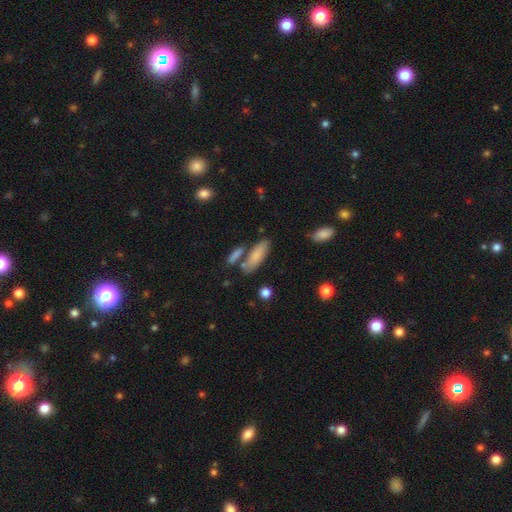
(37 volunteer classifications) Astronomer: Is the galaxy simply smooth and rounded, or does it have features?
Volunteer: smooth — 86%.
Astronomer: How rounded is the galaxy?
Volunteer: in between — 56% (runner-up: cigar-shaped, 41%).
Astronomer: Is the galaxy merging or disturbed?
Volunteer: none — 69%.